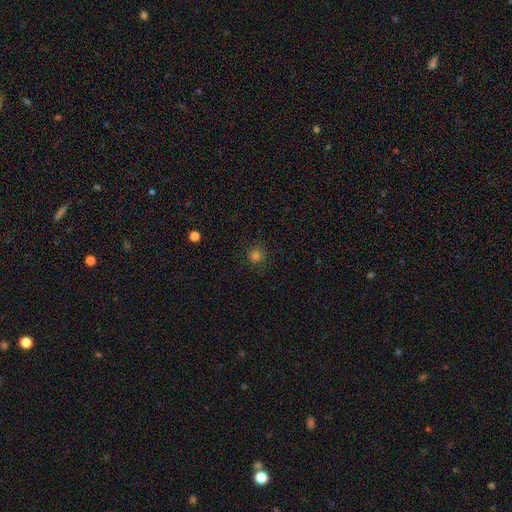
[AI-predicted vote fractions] smooth-or-featured: smooth: 76% | star or artifact: 19% | featured or disk: 5%
  how-rounded: round: 92% | in between: 7% | cigar-shaped: 1%
  merging: none: 86% | minor disturbance: 10% | major disturbance: 3% | merger: 1%